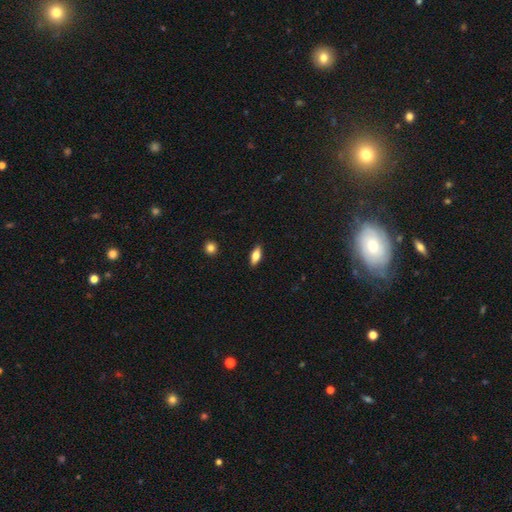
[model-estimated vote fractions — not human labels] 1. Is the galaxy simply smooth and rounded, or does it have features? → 73% smooth, 20% featured or disk, 7% star or artifact.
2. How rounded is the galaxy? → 80% in between, 17% cigar-shaped, 3% round.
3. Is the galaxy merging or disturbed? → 88% none, 9% minor disturbance, 2% major disturbance, 1% merger.